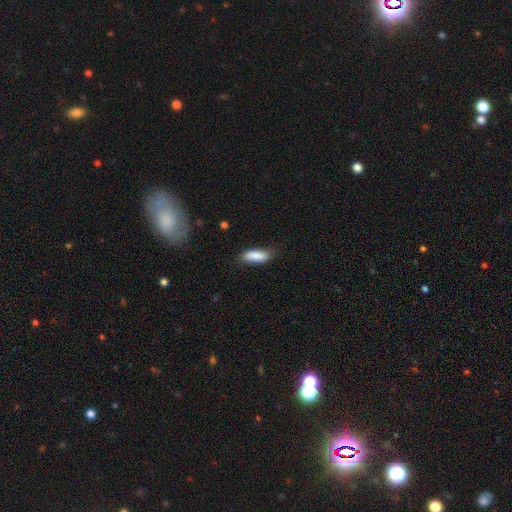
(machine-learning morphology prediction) A smooth galaxy with no disk features (87%) that is in between round and cigar-shaped (63%).

Vote fractions:
- Smooth or featured? smooth: 87% / featured or disk: 7% / star or artifact: 6%
- How rounded? in between: 63% / cigar-shaped: 36% / round: 2%
- Merging? none: 75% / minor disturbance: 20% / major disturbance: 4% / merger: 2%